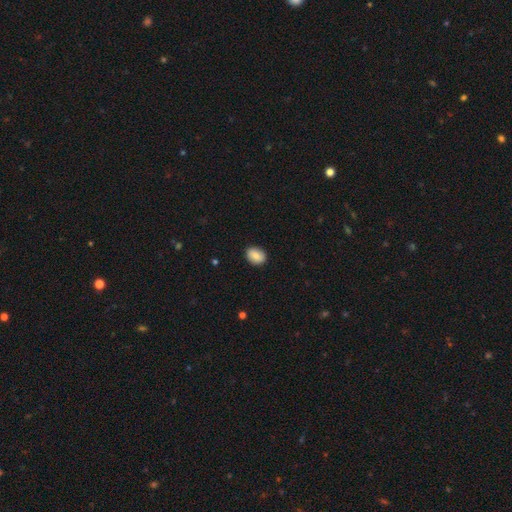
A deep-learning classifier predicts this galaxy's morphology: smooth-or-featured: smooth: 84% | featured or disk: 8% | star or artifact: 8%
  how-rounded: in between: 64% | round: 35% | cigar-shaped: 1%
  merging: none: 88% | minor disturbance: 9% | major disturbance: 2% | merger: 1%